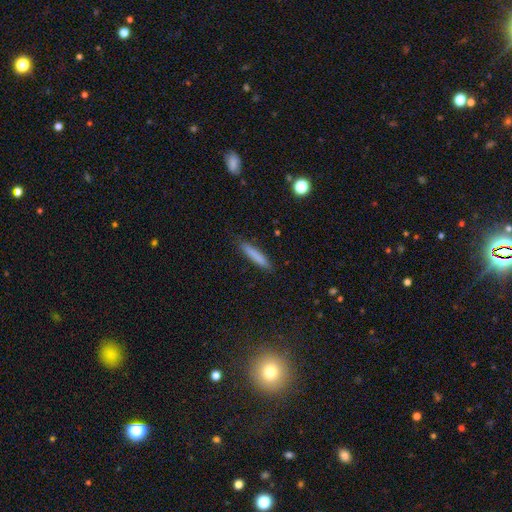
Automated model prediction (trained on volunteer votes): The model was most divided on "smooth or featured": smooth: 80%, featured or disk: 12%, star or artifact: 7%. More confident: how rounded — cigar-shaped (91%); merging — none (86%).